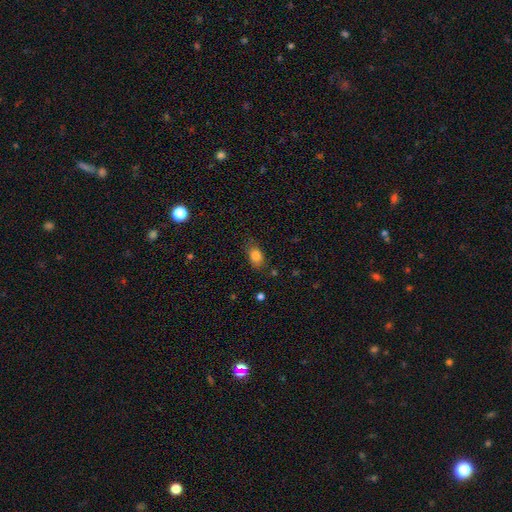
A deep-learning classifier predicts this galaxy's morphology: smooth 83%, star or artifact 10%, featured or disk 7%. Down the decision tree: how rounded — in between (74%); merging — none (75%).